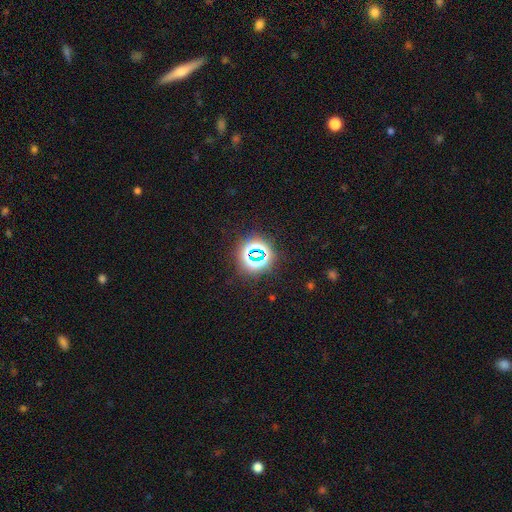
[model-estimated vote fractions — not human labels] Overall: star or artifact (73%).